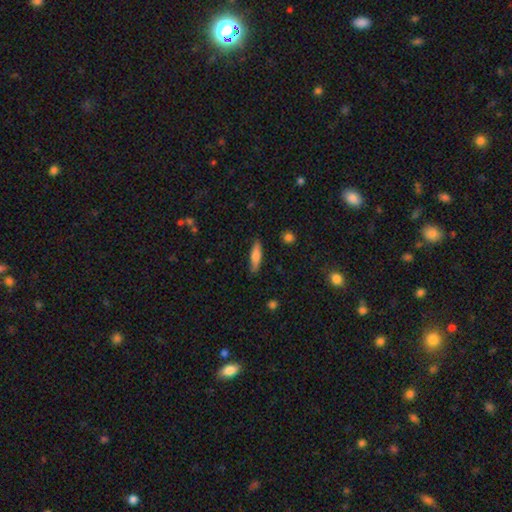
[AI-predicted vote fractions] Morphology: type=smooth (74%); roundness=cigar-shaped (66%); merging=none (83%).